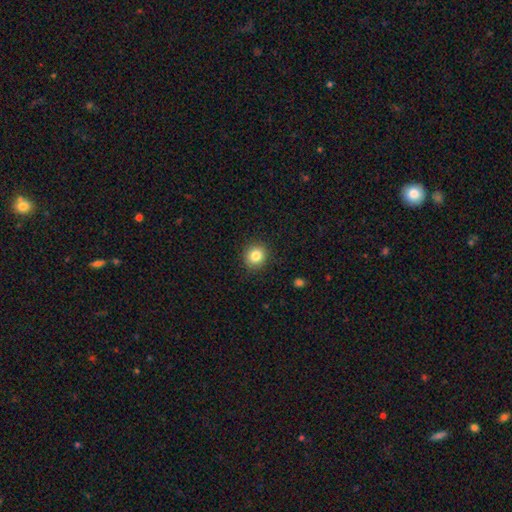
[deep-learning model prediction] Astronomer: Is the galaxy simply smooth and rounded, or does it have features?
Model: smooth — 84%.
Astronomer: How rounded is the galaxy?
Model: round — 84%.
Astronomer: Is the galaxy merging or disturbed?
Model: none — 90%.